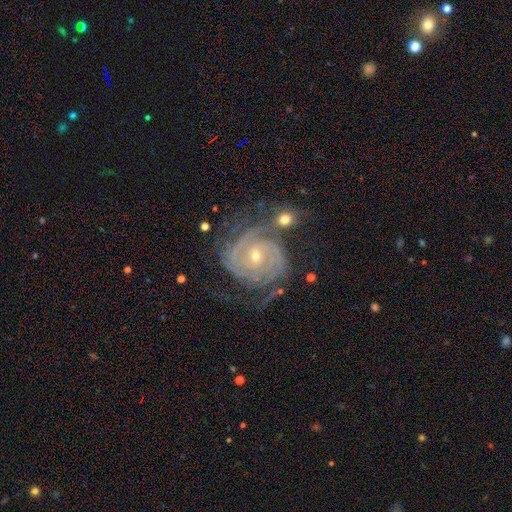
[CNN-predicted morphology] Overall: featured or disk (90%). Edge-on disk: no (98%). Bar: no (66%). Spiral arms: yes (98%). Spiral arm count: 2 (43%; 3 24%). Spiral winding: tight (73%). Bulge size: small (62%; moderate 35%). Merging: none (60%).